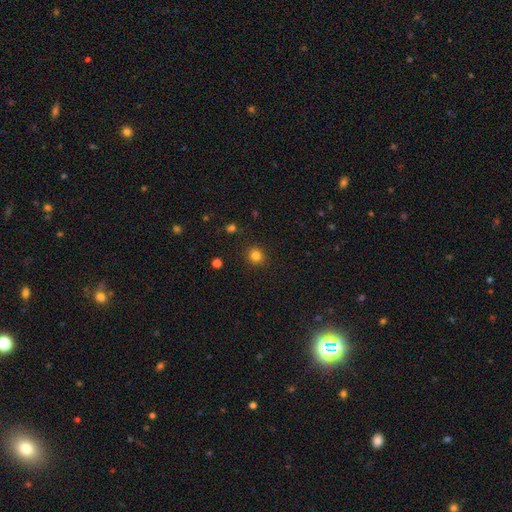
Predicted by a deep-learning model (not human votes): Overall: smooth (82%). How rounded: round (89%). Merging: none (91%).